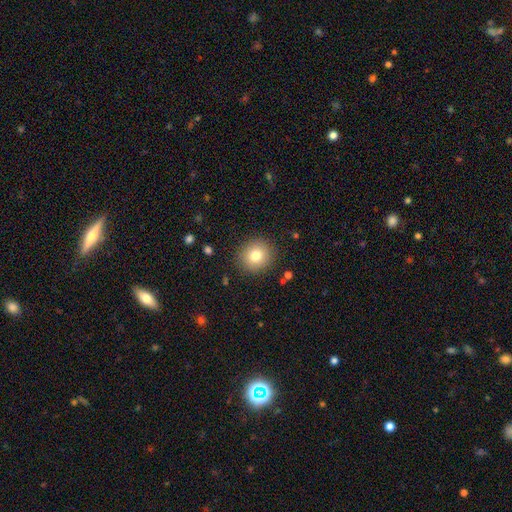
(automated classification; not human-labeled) Morphology: type=smooth (79%); roundness=round (88%); merging=none (88%).